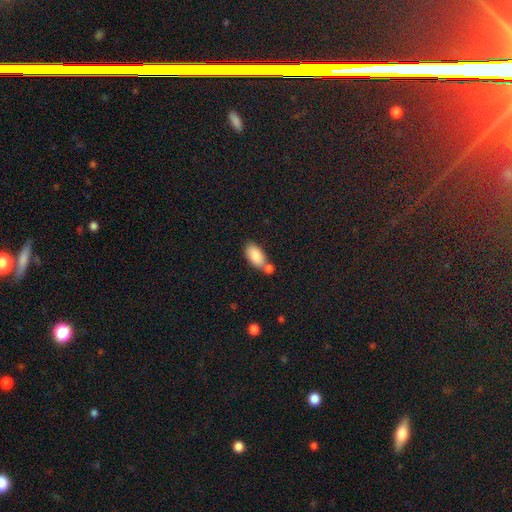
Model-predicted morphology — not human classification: Smooth or featured?
  - smooth: 85% *
  - featured or disk: 8%
  - star or artifact: 7%
How rounded?
  - in between: 92% *
  - cigar-shaped: 5%
  - round: 3%
Merging?
  - none: 52% *
  - merger: 31%
  - minor disturbance: 14%
  - major disturbance: 4%